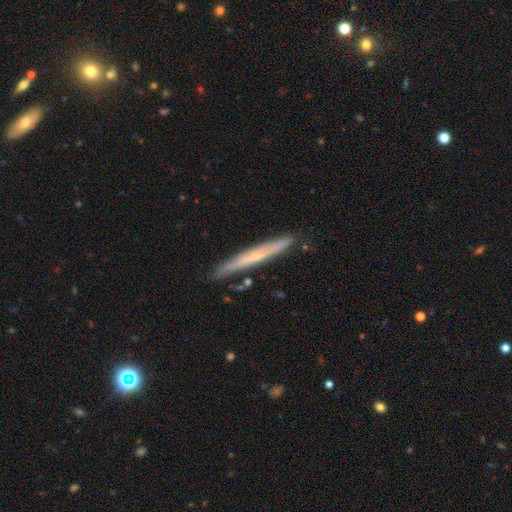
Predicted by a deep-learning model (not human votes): The model was most divided on "smooth or featured": featured or disk: 55%, smooth: 39%, star or artifact: 6%. More confident: edge-on disk — yes (92%); merging — none (83%); edge-on bulge — none (57%).